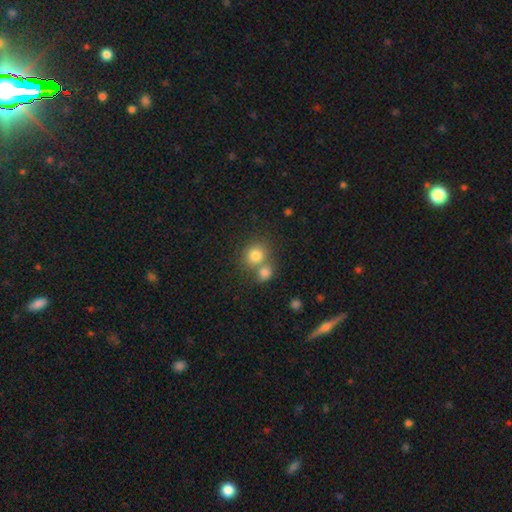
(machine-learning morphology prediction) Smooth or featured?
  - smooth: 79% *
  - star or artifact: 12%
  - featured or disk: 9%
How rounded?
  - round: 82% *
  - in between: 17%
  - cigar-shaped: 1%
Merging?
  - none: 49% *
  - merger: 40%
  - minor disturbance: 7%
  - major disturbance: 3%